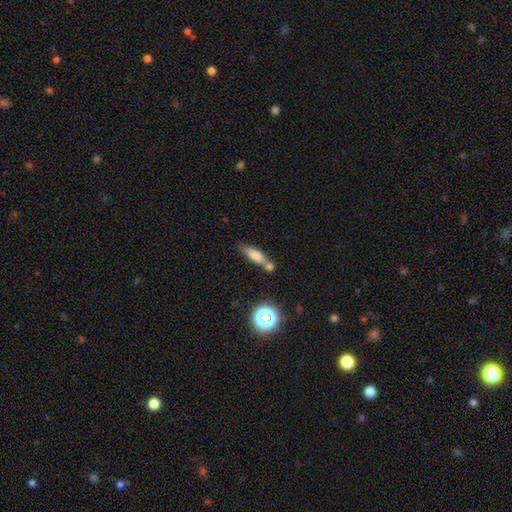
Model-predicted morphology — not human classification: type=smooth (71%); roundness=cigar-shaped (50%); merging=none (46%).